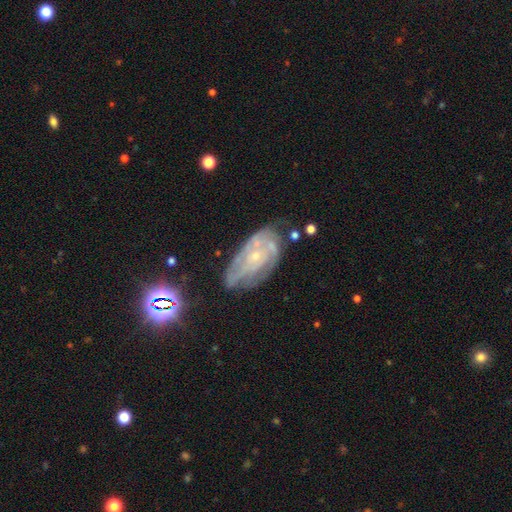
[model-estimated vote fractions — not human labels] Morphology: type=featured or disk (77%); edge-on=no (94%); bar=no (78%); spiral arms=yes (82%); winding=tight (63%); arm count=can't tell (52%); bulge=small (78%); merging=none (61%).